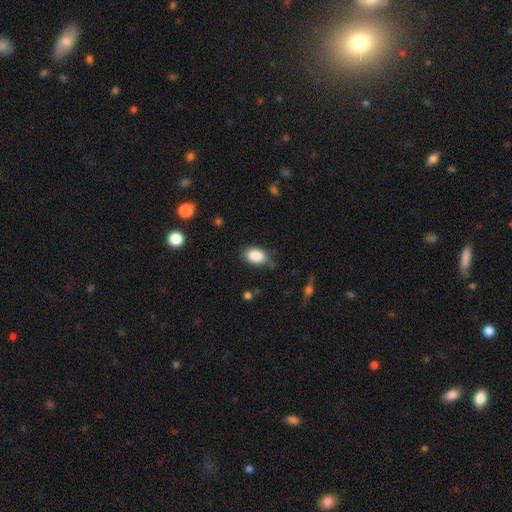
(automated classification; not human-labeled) smooth 88%, star or artifact 7%, featured or disk 5%. Down the decision tree: how rounded — in between (88%); merging — none (74%).